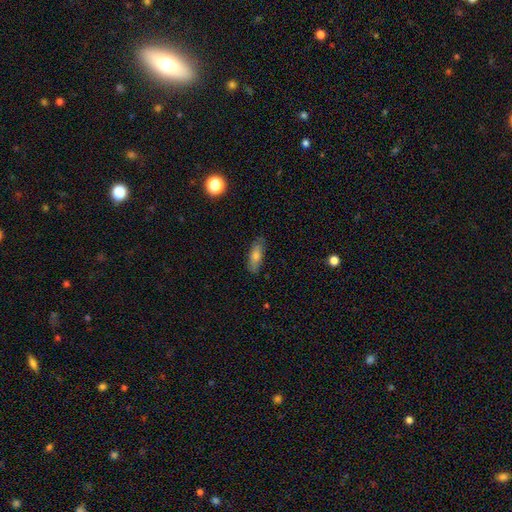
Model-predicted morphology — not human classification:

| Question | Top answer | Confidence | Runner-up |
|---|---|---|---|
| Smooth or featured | smooth | 73% | featured or disk (20%) |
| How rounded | in between | 60% | cigar-shaped (37%) |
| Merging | none | 82% | minor disturbance (14%) |